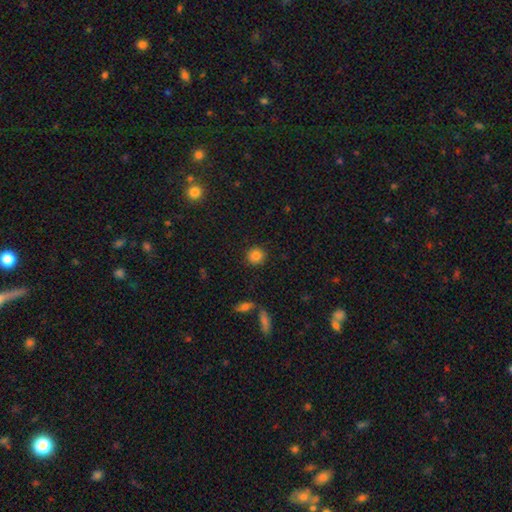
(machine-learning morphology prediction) A smooth galaxy with no disk features (83%) that is round (91%).

Vote fractions:
- Smooth or featured? smooth: 83% / star or artifact: 10% / featured or disk: 6%
- How rounded? round: 91% / in between: 8% / cigar-shaped: 1%
- Merging? none: 90% / minor disturbance: 6% / major disturbance: 2% / merger: 2%